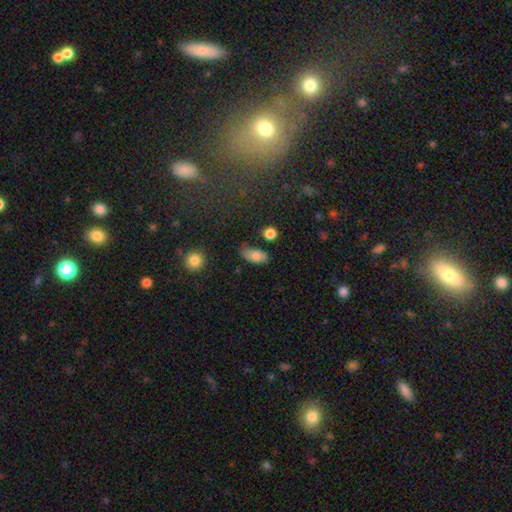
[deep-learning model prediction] smooth 79%, featured or disk 12%, star or artifact 9%. Down the decision tree: how rounded — in between (90%); merging — none (62%).